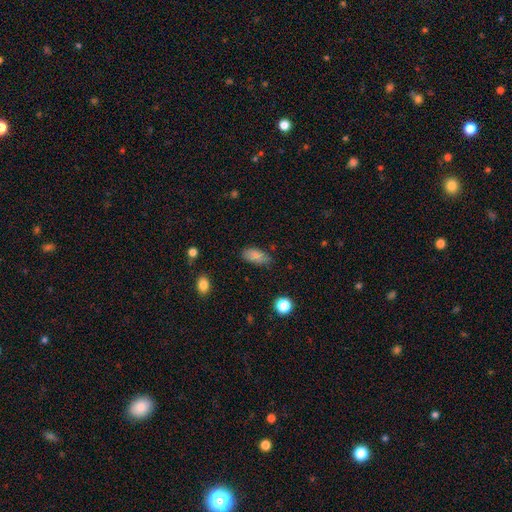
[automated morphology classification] Smooth or featured? smooth (85%)
How rounded? in between (89%)
Merging? none (74%)